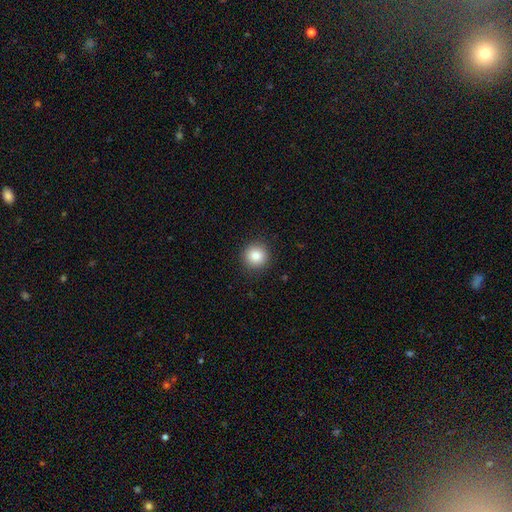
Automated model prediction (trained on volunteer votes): smooth 85%, star or artifact 9%, featured or disk 6%. Down the decision tree: how rounded — round (94%); merging — none (92%).